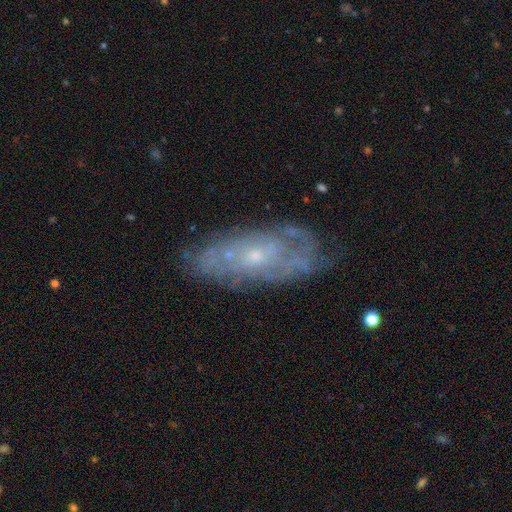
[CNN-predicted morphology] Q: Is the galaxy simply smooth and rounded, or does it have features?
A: featured or disk — 72%.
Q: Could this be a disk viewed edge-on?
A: no — 88%.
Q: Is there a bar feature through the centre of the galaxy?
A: no — 79%.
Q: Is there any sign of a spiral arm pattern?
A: yes — 67%.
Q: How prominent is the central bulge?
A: small — 72%.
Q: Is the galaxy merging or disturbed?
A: none — 68%.